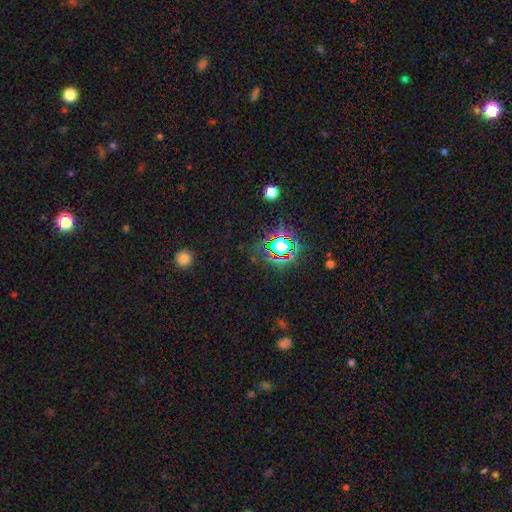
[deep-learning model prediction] Overall: star or artifact (77%).